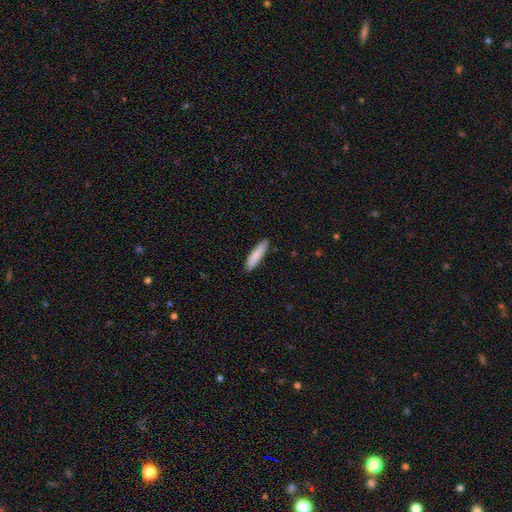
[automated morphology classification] Smooth or featured? Predicted: smooth (p=0.85). How rounded? Predicted: cigar-shaped (p=0.78). Merging? Predicted: none (p=0.89).